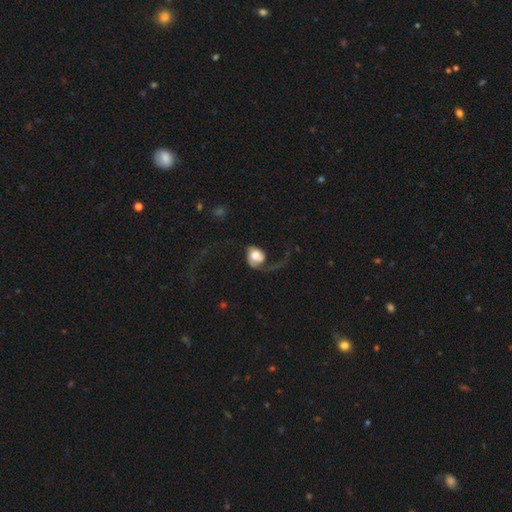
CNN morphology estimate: Q: Smooth or featured?
A: featured or disk (52%); runner-up: smooth (41%)
Q: Edge-on disk?
A: no (97%); runner-up: yes (3%)
Q: Bar?
A: no (75%); runner-up: weak (20%)
Q: Spiral arms?
A: yes (80%); runner-up: no (20%)
Q: Bulge size?
A: large (41%); runner-up: moderate (35%)
Q: Merging?
A: major disturbance (53%); runner-up: none (27%)